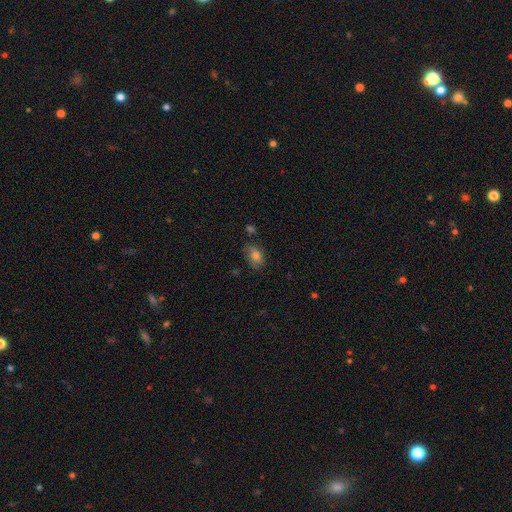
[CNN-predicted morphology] Smooth or featured? Predicted: smooth (p=0.74). How rounded? Predicted: in between (p=0.84). Merging? Predicted: none (p=0.71).